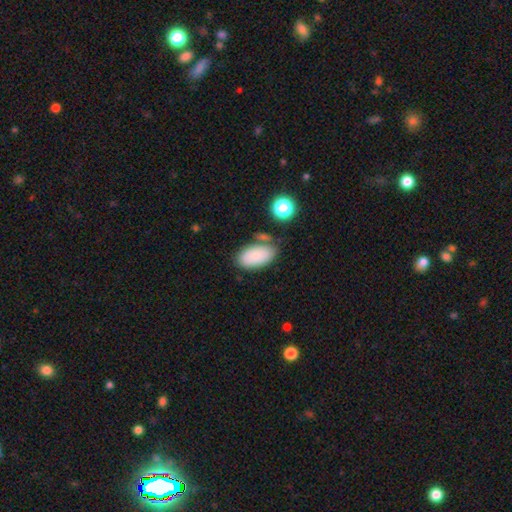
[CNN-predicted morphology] This appears to be a smooth galaxy with no disk features (84%) that is in between round and cigar-shaped (95%). Merging: none (67%).